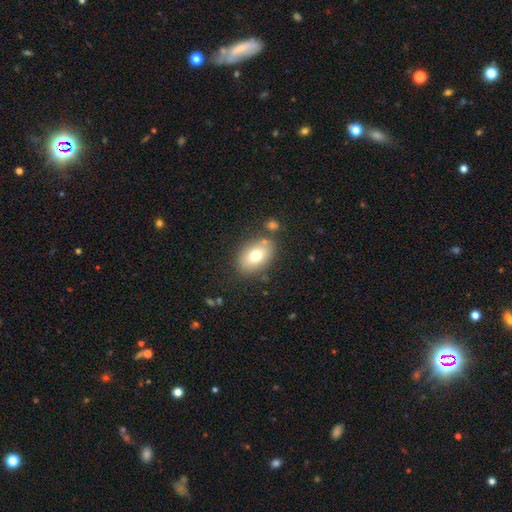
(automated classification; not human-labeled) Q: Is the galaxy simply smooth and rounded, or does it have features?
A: smooth — 74%.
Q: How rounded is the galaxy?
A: in between — 86%.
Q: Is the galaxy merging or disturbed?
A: none — 78%.